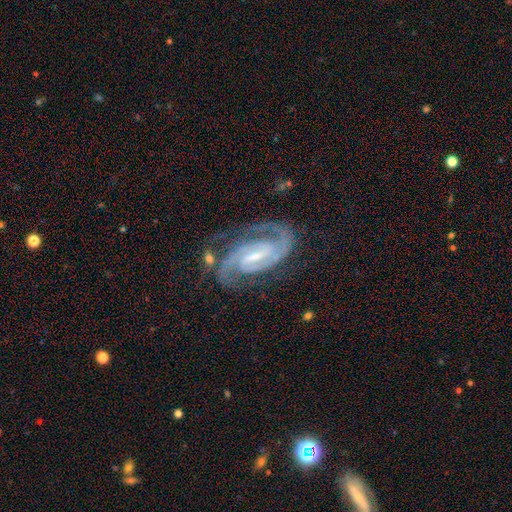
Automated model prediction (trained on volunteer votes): smooth_or_featured: featured or disk (p=0.92) [alt: star or artifact p=0.05]
disk_edge_on: no (p=0.97) [alt: yes p=0.03]
bar: weak (p=0.44) [alt: strong p=0.42]
has_spiral_arms: yes (p=0.99) [alt: no p=0.01]
spiral_winding: tight (p=0.56) [alt: medium p=0.39]
spiral_arm_count: 2 (p=0.84) [alt: 3 p=0.07]
bulge_size: small (p=0.64) [alt: moderate p=0.26]
merging: none (p=0.73) [alt: minor disturbance p=0.17]